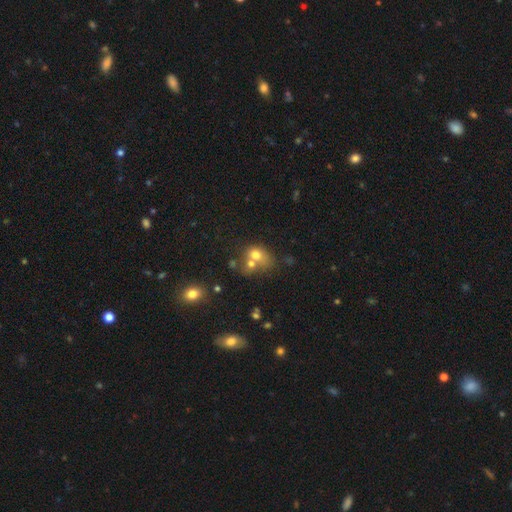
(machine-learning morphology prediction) Smooth or featured: smooth — 68% (featured or disk — 19%)
How rounded: in between — 51% (round — 48%)
Merging: merger — 58% (none — 25%)